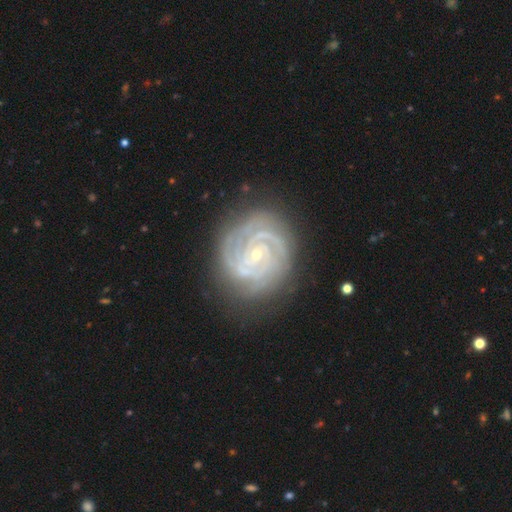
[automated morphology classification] This is clearly a featured or disk galaxy (91%). It is clearly not viewed edge-on (98%). Bar: possibly no (57%). Spiral arm pattern: clearly yes (98%). Spiral arm count: marginally 3 (32%). Spiral winding: likely tight (80%). Central bulge: likely small (77%). Merging: likely none (78%).